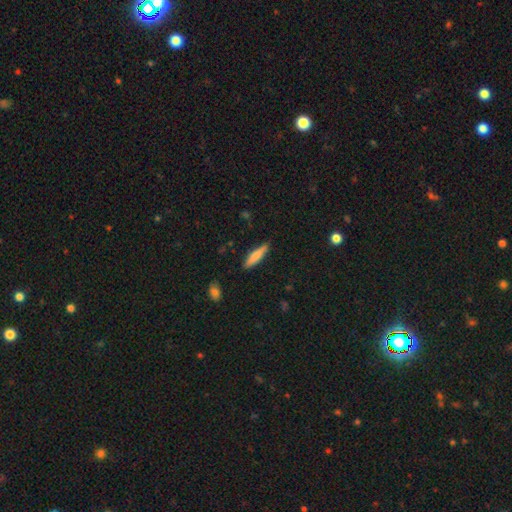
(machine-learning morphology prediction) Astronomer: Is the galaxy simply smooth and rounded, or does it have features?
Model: smooth — 70%.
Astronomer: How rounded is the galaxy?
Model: cigar-shaped — 79%.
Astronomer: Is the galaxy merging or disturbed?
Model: none — 85%.